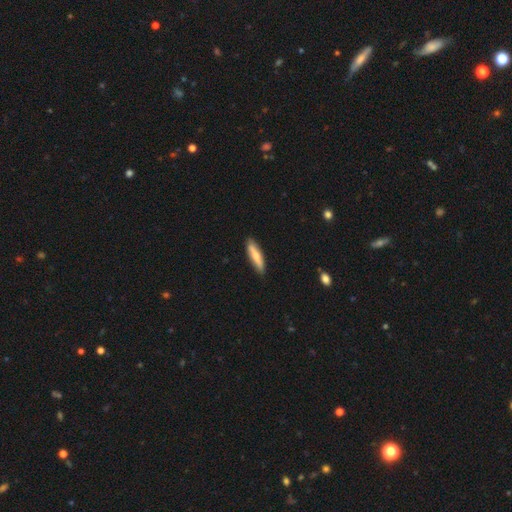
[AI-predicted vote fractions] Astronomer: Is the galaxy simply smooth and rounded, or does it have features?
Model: smooth — 64%.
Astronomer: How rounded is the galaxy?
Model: cigar-shaped — 77%.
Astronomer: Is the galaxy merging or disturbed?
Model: none — 85%.